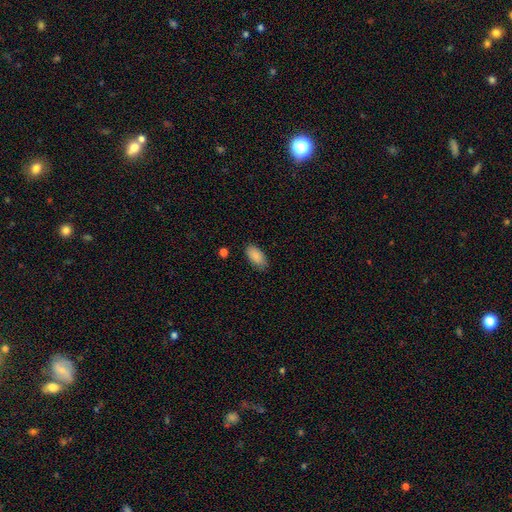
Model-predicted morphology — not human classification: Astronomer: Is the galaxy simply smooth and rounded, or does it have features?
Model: smooth — 87%.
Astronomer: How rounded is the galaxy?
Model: in between — 94%.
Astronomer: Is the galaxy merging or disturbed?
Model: none — 84%.